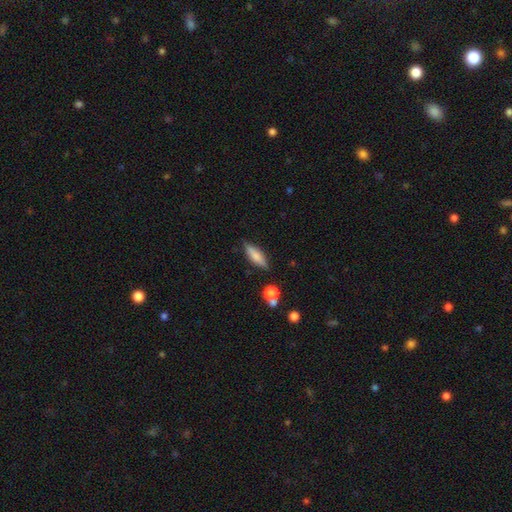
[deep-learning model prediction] Overall: smooth (70%). How rounded: cigar-shaped (54%; in between 44%). Merging: none (80%).